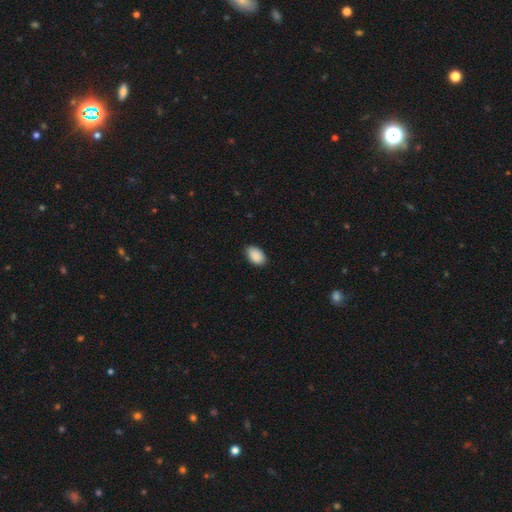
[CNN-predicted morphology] This appears to be a smooth galaxy with no disk features (91%) that is in between round and cigar-shaped (93%). Merging: none (87%).